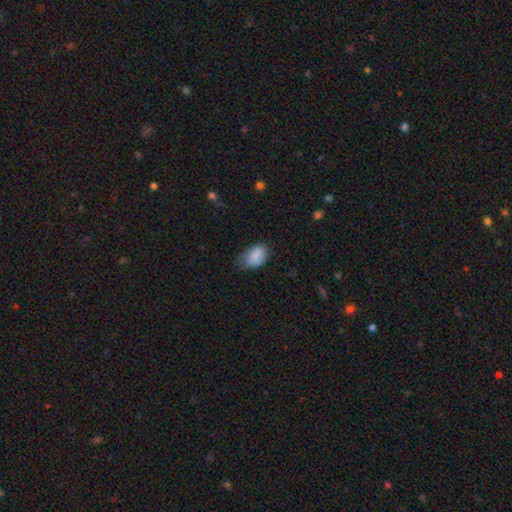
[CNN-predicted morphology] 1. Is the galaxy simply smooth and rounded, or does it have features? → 79% smooth, 13% featured or disk, 7% star or artifact.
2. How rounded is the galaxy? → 89% in between, 9% round, 1% cigar-shaped.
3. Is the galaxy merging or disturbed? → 48% none, 39% minor disturbance, 11% major disturbance, 2% merger.